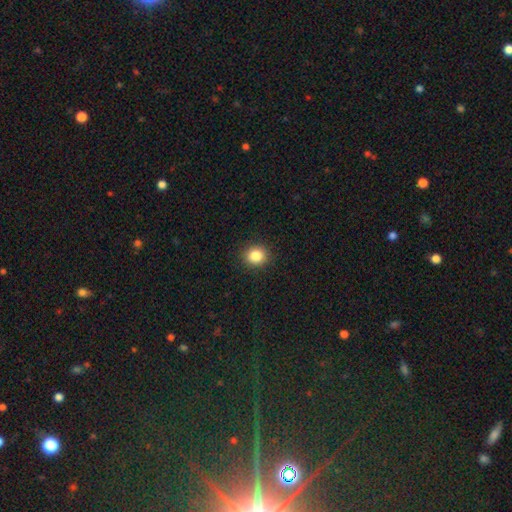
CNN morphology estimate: Overall: smooth (85%). How rounded: round (79%). Merging: none (91%).